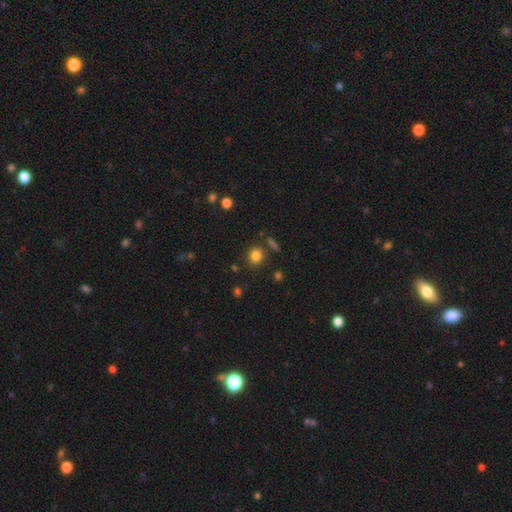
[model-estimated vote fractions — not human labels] A smooth galaxy with no disk features (81%) that is round (76%). Merging: none (80%).